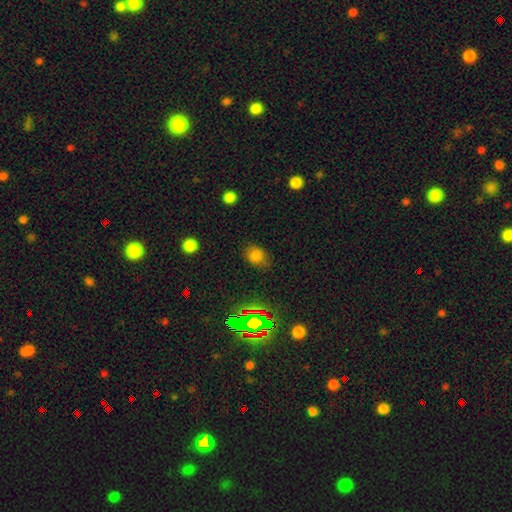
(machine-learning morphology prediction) Smooth or featured? Predicted: smooth (p=0.75). How rounded? Predicted: round (p=0.51). Merging? Predicted: none (p=0.76).